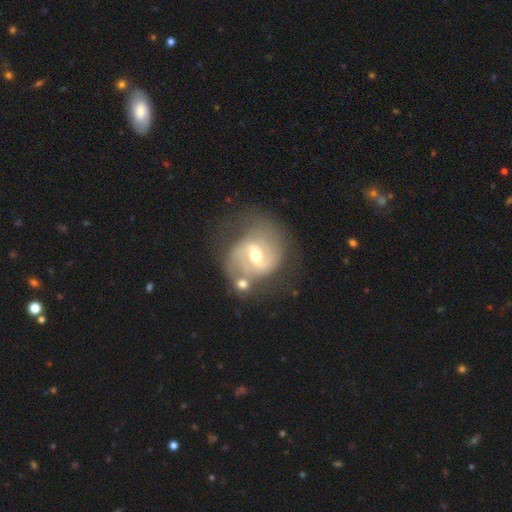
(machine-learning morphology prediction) Q: Smooth or featured?
A: featured or disk (83%); runner-up: smooth (11%)
Q: Edge-on disk?
A: no (97%); runner-up: yes (3%)
Q: Bar?
A: weak (54%); runner-up: strong (28%)
Q: Spiral arms?
A: yes (92%); runner-up: no (8%)
Q: Spiral winding?
A: medium (48%); runner-up: tight (30%)
Q: Spiral arm count?
A: 2 (78%); runner-up: can't tell (11%)
Q: Bulge size?
A: moderate (59%); runner-up: small (36%)
Q: Merging?
A: none (57%); runner-up: minor disturbance (19%)